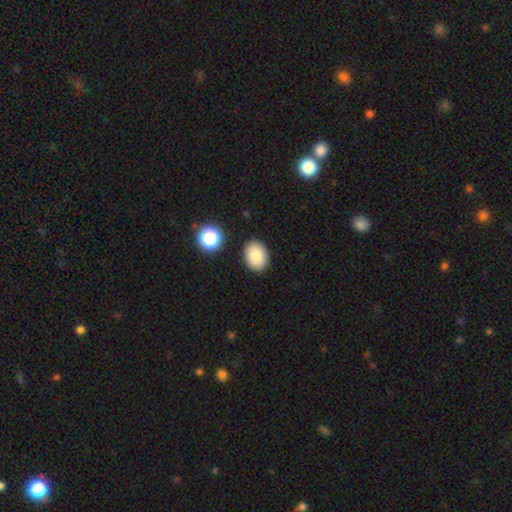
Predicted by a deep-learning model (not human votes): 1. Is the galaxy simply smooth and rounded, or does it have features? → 86% smooth, 9% star or artifact, 5% featured or disk.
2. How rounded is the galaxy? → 73% in between, 26% round, 1% cigar-shaped.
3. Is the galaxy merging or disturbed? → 87% none, 8% minor disturbance, 3% merger, 2% major disturbance.